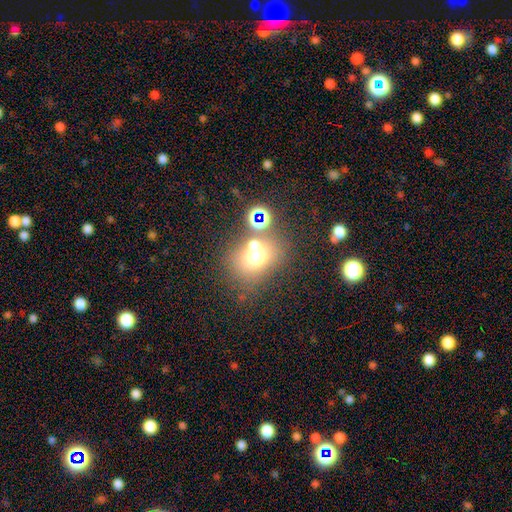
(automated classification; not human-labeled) Smooth or featured? Predicted: smooth (p=0.63). How rounded? Predicted: round (p=0.56). Merging? Predicted: none (p=0.52).